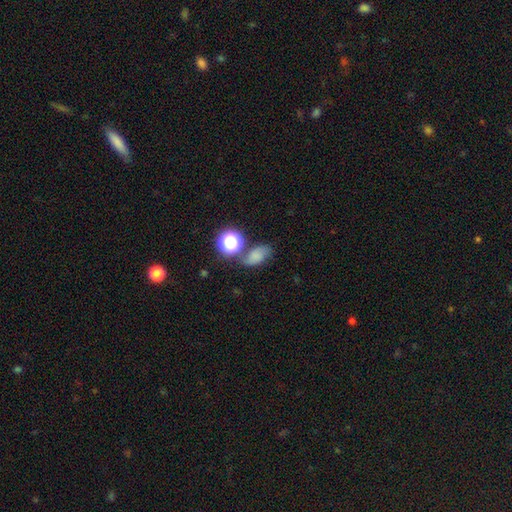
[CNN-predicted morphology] smooth-or-featured: smooth: 65% | star or artifact: 18% | featured or disk: 17%
  how-rounded: in between: 74% | round: 23% | cigar-shaped: 3%
  merging: none: 57% | minor disturbance: 19% | merger: 15% | major disturbance: 8%